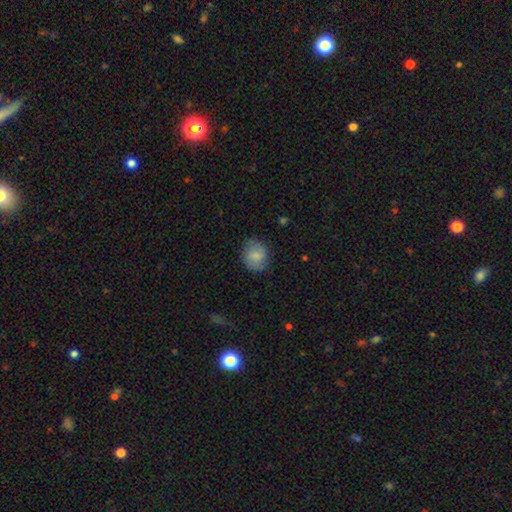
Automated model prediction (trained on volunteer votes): smooth_or_featured: smooth (p=0.72) [alt: featured or disk p=0.21]
how_rounded: round (p=0.66) [alt: in between p=0.33]
merging: none (p=0.75) [alt: minor disturbance p=0.19]